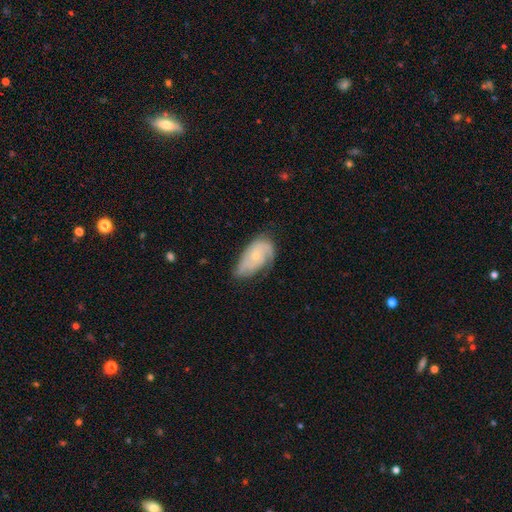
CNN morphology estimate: featured or disk 67%, smooth 27%, star or artifact 6%. Down the decision tree: edge-on disk — no (95%); bar — no (78%); spiral arms — yes (87%); spiral arm count — 2 (39%); spiral winding — tight (47%); bulge size — small (68%); merging — none (49%).